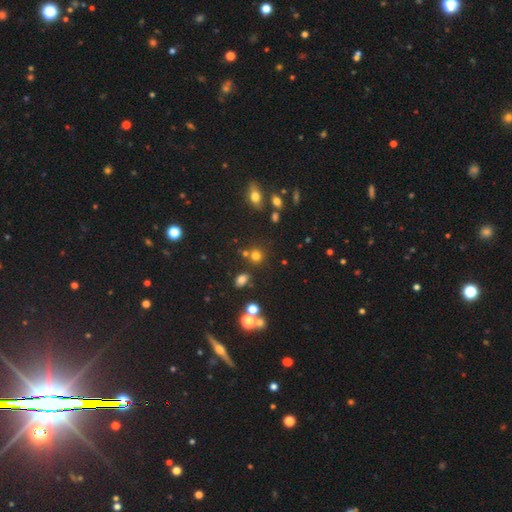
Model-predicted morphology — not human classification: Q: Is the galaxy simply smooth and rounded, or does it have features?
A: smooth — 70%.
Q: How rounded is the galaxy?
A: round — 81%.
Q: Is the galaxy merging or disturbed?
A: none — 70%.